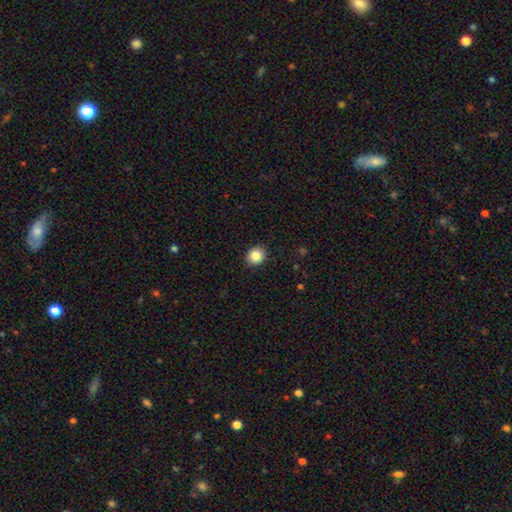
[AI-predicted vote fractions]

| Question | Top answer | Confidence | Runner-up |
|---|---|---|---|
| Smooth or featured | smooth | 85% | star or artifact (10%) |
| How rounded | round | 77% | in between (22%) |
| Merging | none | 91% | minor disturbance (6%) |